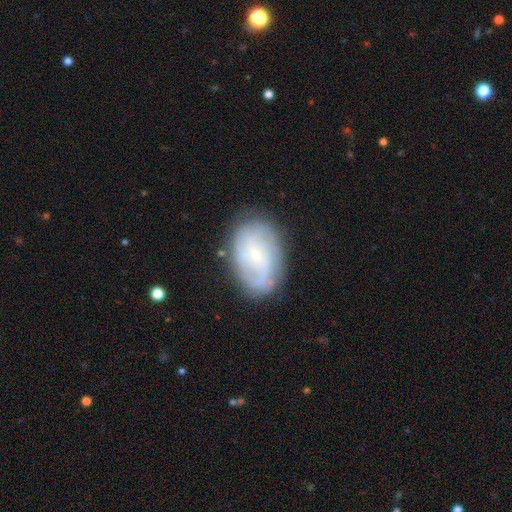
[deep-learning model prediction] The model was most divided on "spiral winding": tight: 43%, medium: 38%, loose: 19%. Remaining: edge-on disk — no (96%); spiral arms — yes (85%); bulge size — small (79%); merging — none (76%); smooth or featured — featured or disk (66%); bar — no (52%); spiral arm count — can't tell (42%).